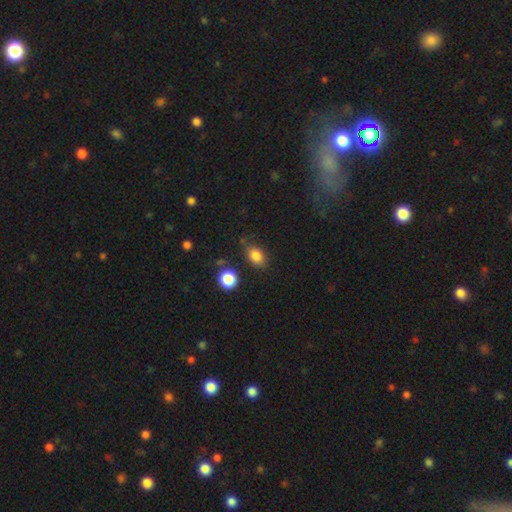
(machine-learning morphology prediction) smooth 84%, star or artifact 10%, featured or disk 6%. Down the decision tree: how rounded — in between (74%); merging — none (76%).